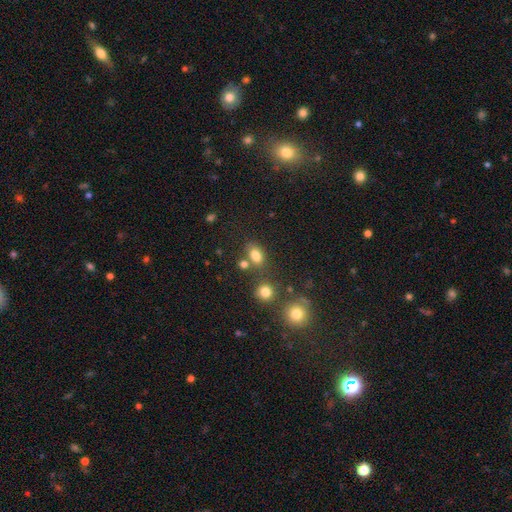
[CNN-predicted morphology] Q: Smooth or featured?
A: smooth (79%); runner-up: star or artifact (13%)
Q: How rounded?
A: in between (78%); runner-up: round (20%)
Q: Merging?
A: none (65%); runner-up: merger (16%)